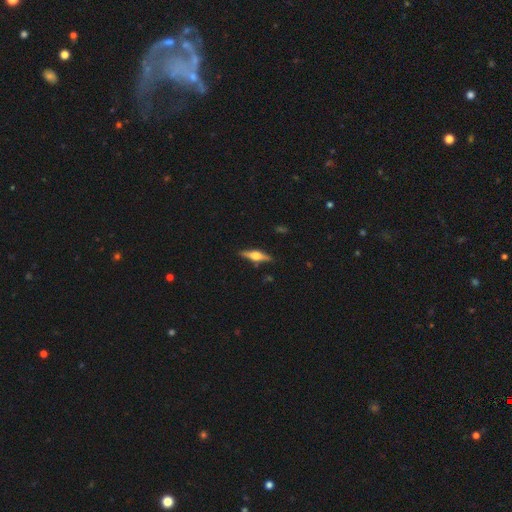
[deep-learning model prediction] Morphology: type=featured or disk (70%); edge-on=yes (97%); edge-on bulge=rounded (93%); merging=none (88%).